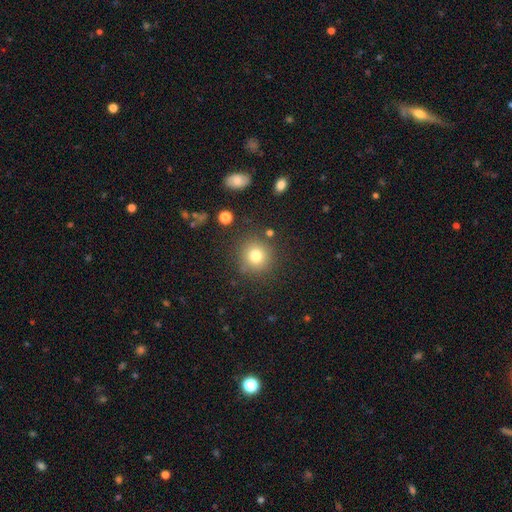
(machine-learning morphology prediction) A smooth galaxy with no disk features (78%) that is round (92%).

Vote fractions:
- Smooth or featured? smooth: 78% / star or artifact: 13% / featured or disk: 9%
- How rounded? round: 92% / in between: 7% / cigar-shaped: 1%
- Merging? none: 84% / minor disturbance: 9% / major disturbance: 3% / merger: 3%